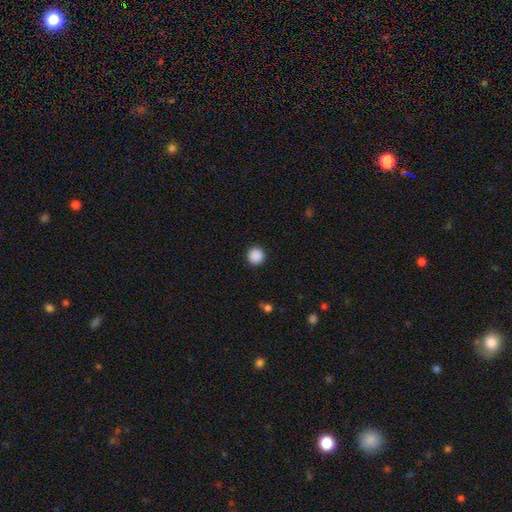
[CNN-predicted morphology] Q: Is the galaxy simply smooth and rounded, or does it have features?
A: smooth — 89%.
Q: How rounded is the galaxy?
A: round — 96%.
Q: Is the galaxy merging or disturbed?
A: none — 93%.